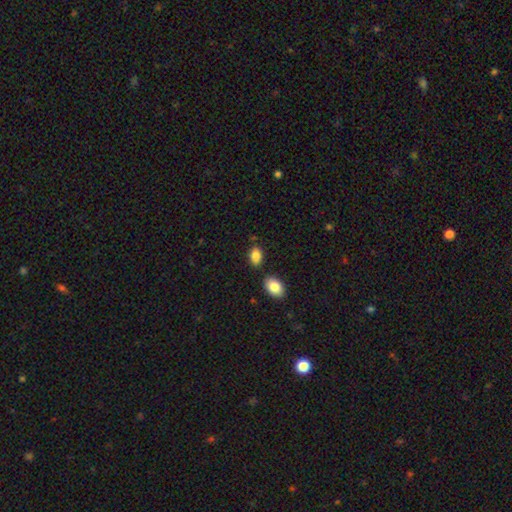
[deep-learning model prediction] The model was most divided on "merging": none: 75%, minor disturbance: 13%, merger: 9%, major disturbance: 3%. More confident: how rounded — in between (88%); smooth or featured — smooth (86%).